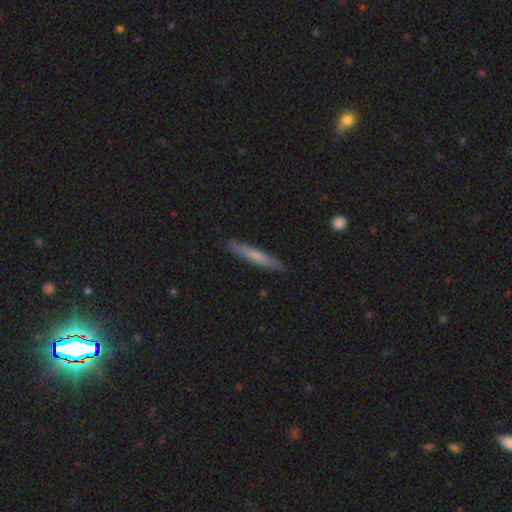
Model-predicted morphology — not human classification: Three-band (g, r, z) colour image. It shows a smooth galaxy with no disk features (61%) that is cigar-shaped (93%). Merging: none (88%).